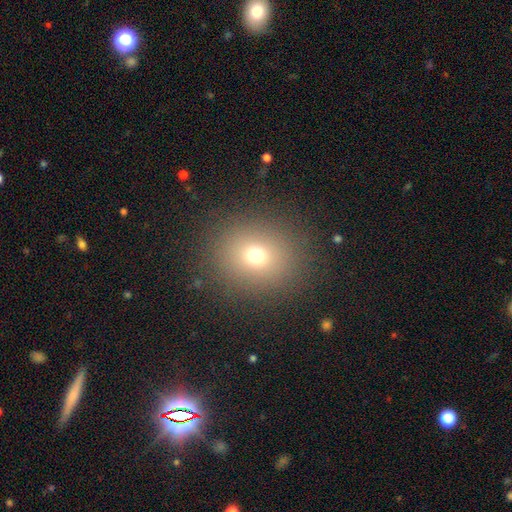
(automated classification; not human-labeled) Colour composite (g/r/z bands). It shows a smooth galaxy with no disk features (71%) that is round (79%). Merging: none (88%).